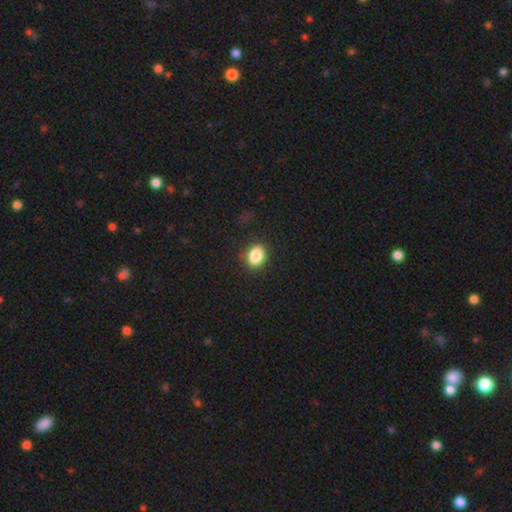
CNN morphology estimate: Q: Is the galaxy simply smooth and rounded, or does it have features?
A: smooth — 86%.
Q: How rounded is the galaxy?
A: in between — 61%.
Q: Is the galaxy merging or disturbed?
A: none — 84%.